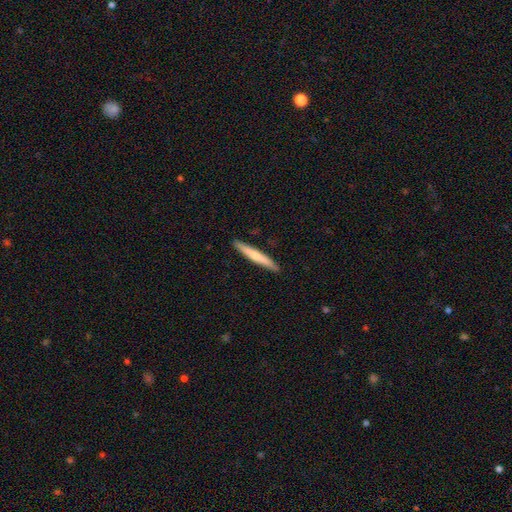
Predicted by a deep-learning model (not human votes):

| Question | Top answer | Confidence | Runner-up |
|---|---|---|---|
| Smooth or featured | smooth | 61% | featured or disk (34%) |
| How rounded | cigar-shaped | 96% | in between (3%) |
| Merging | none | 91% | minor disturbance (7%) |